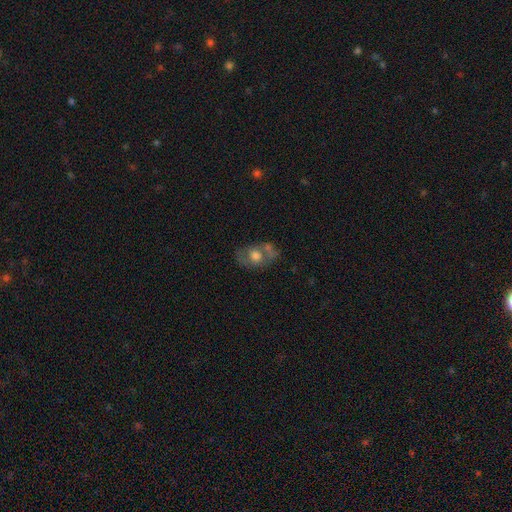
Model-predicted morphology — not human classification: smooth_or_featured: smooth (p=0.49) [alt: featured or disk p=0.42]
merging: none (p=0.47) [alt: merger p=0.21]